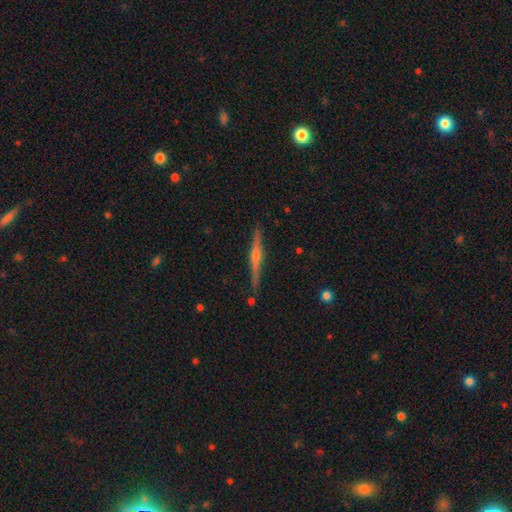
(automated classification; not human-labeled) smooth_or_featured: featured or disk (p=0.77) [alt: smooth p=0.17]
disk_edge_on: yes (p=0.98) [alt: no p=0.02]
edge_on_bulge: rounded (p=0.81) [alt: boxy p=0.10]
merging: none (p=0.88) [alt: minor disturbance p=0.09]